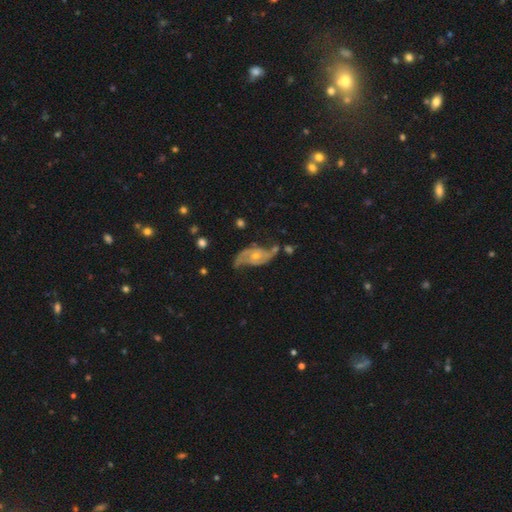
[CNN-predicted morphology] Smooth or featured? Predicted: featured or disk (p=0.81). Edge-on disk? Predicted: no (p=0.94). Bar? Predicted: no (p=0.71). Spiral arms? Predicted: yes (p=0.92). Spiral winding? Predicted: medium (p=0.40, tied with loose). Spiral arm count? Predicted: 2 (p=0.80). Bulge size? Predicted: small (p=0.52). Merging? Predicted: none (p=0.55).